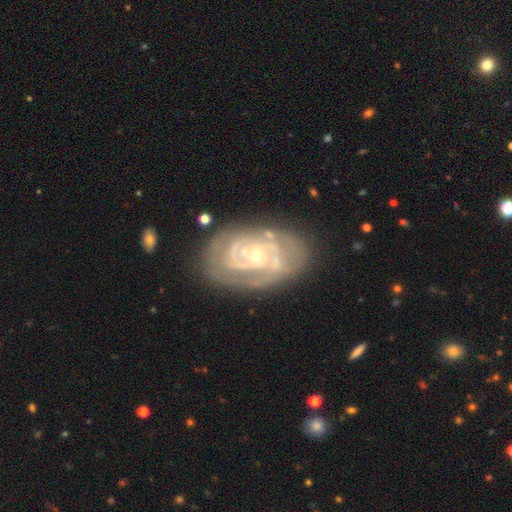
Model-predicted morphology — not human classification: Overall: featured or disk (88%). Edge-on disk: no (97%). Bar: no (68%). Spiral arms: yes (95%). Spiral arm count: 2 (42%; can't tell 23%). Spiral winding: tight (69%). Bulge size: small (73%). Merging: none (71%).